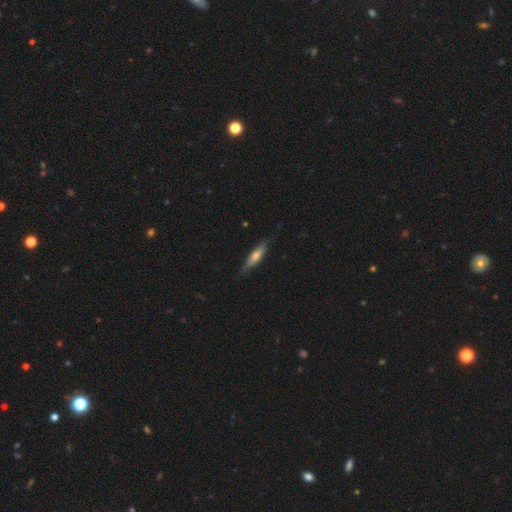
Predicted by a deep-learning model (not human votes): smooth-or-featured: smooth: 59% | featured or disk: 35% | star or artifact: 6%
  how-rounded: cigar-shaped: 67% | in between: 32% | round: 2%
  merging: none: 74% | minor disturbance: 21% | major disturbance: 4% | merger: 1%